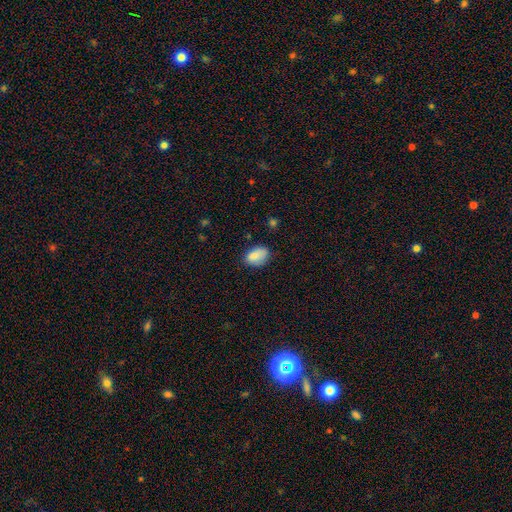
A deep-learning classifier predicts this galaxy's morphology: Smooth or featured?
  - smooth: 84% *
  - featured or disk: 8%
  - star or artifact: 8%
How rounded?
  - in between: 83% *
  - round: 16%
  - cigar-shaped: 1%
Merging?
  - none: 68% *
  - minor disturbance: 25%
  - major disturbance: 5%
  - merger: 2%